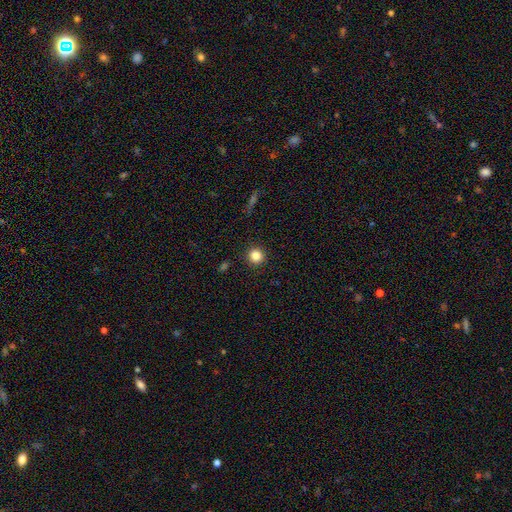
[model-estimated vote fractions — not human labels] Smooth or featured? smooth (84%)
How rounded? round (94%)
Merging? none (92%)